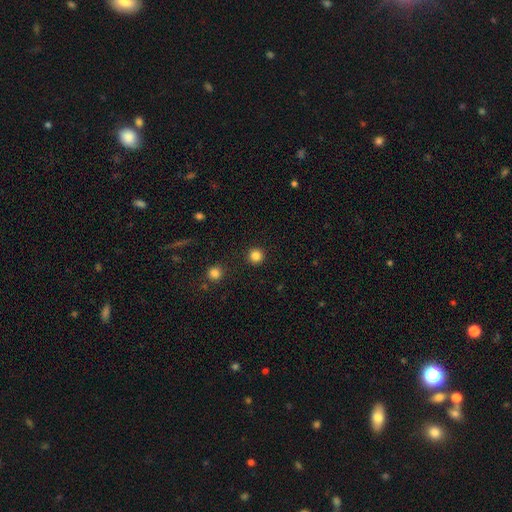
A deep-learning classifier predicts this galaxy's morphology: Smooth or featured?
  - smooth: 83% *
  - star or artifact: 13%
  - featured or disk: 4%
How rounded?
  - round: 95% *
  - in between: 4%
  - cigar-shaped: 1%
Merging?
  - none: 92% *
  - minor disturbance: 5%
  - major disturbance: 2%
  - merger: 2%